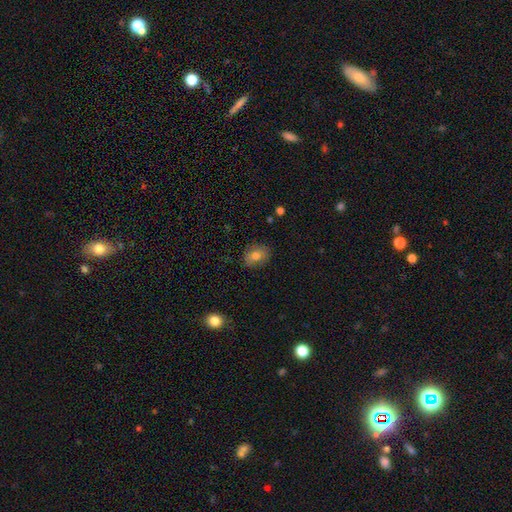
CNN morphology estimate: This appears to be a smooth galaxy with no disk features (75%) that is in between round and cigar-shaped (53%). Merging: none (83%).